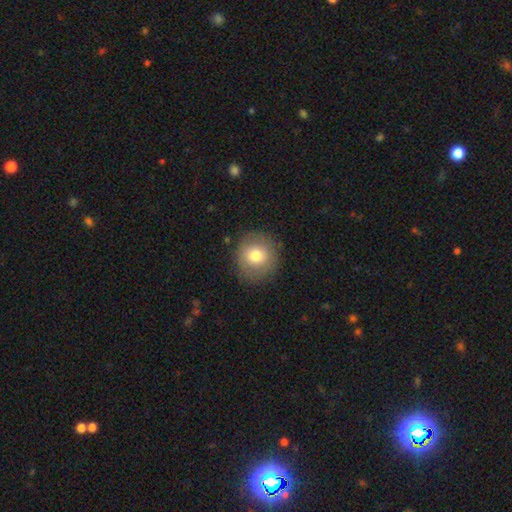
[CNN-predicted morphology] Smooth or featured? Predicted: smooth (p=0.76). How rounded? Predicted: round (p=0.92). Merging? Predicted: none (p=0.86).